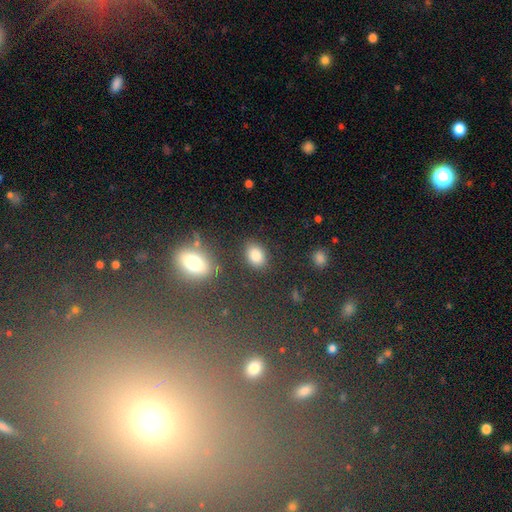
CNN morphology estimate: Smooth or featured?
  - smooth: 85% *
  - star or artifact: 9%
  - featured or disk: 6%
How rounded?
  - in between: 71% *
  - round: 28%
  - cigar-shaped: 1%
Merging?
  - none: 82% *
  - minor disturbance: 11%
  - merger: 4%
  - major disturbance: 3%